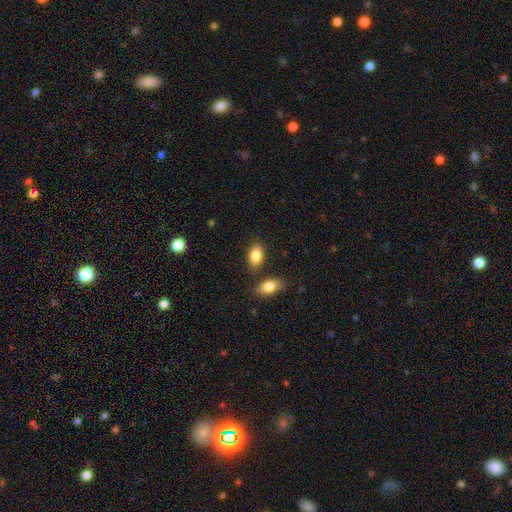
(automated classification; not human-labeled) Smooth or featured? Predicted: smooth (p=0.85). How rounded? Predicted: in between (p=0.91). Merging? Predicted: none (p=0.77).